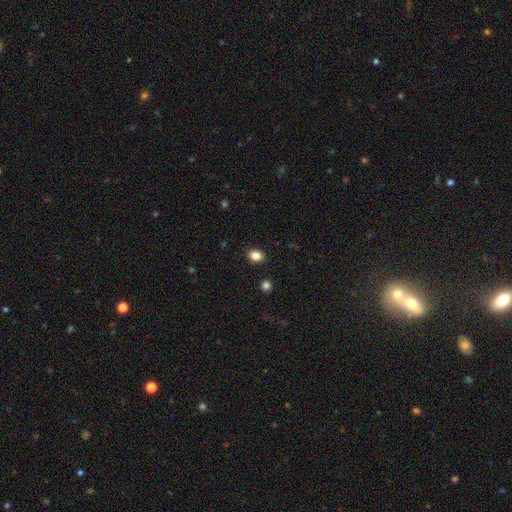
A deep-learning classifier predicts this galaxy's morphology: Smooth or featured: smooth — 85% (star or artifact — 11%)
How rounded: in between — 52% (round — 47%)
Merging: none — 90% (minor disturbance — 7%)